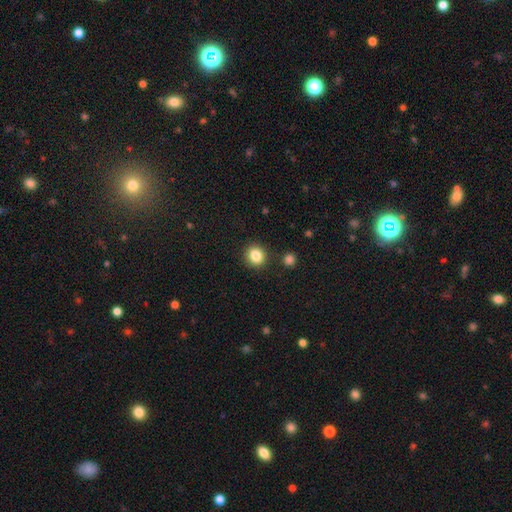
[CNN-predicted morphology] smooth_or_featured: smooth (p=0.85) [alt: star or artifact p=0.10]
how_rounded: round (p=0.82) [alt: in between p=0.17]
merging: none (p=0.88) [alt: minor disturbance p=0.07]